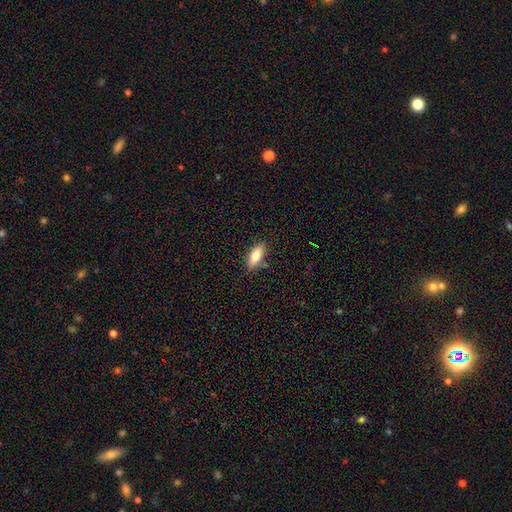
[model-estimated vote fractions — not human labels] Overall: smooth (71%). How rounded: in between (76%). Merging: none (82%).